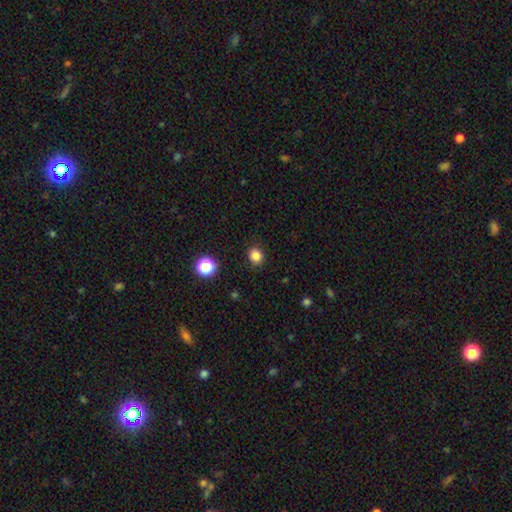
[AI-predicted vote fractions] Smooth or featured? Predicted: smooth (p=0.83). How rounded? Predicted: round (p=0.74). Merging? Predicted: none (p=0.88).